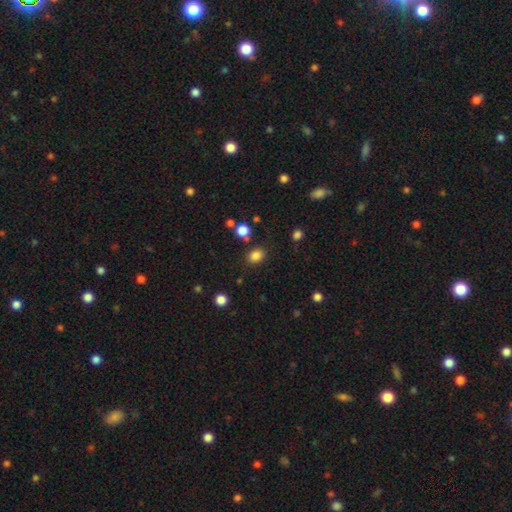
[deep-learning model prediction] Smooth or featured? smooth (83%)
How rounded? round (50%)
Merging? none (80%)